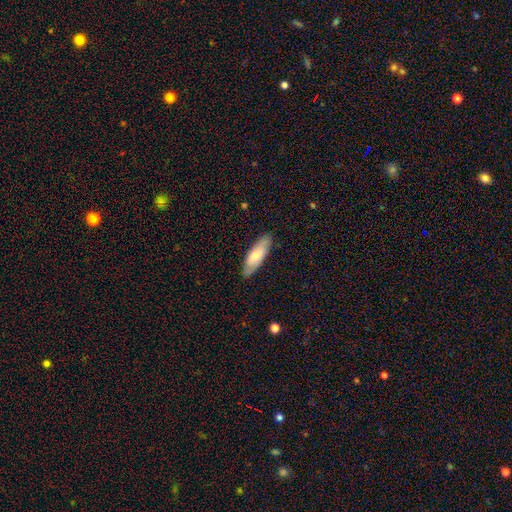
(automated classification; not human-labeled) Smooth or featured? smooth (70%)
How rounded? in between (55%)
Merging? none (85%)